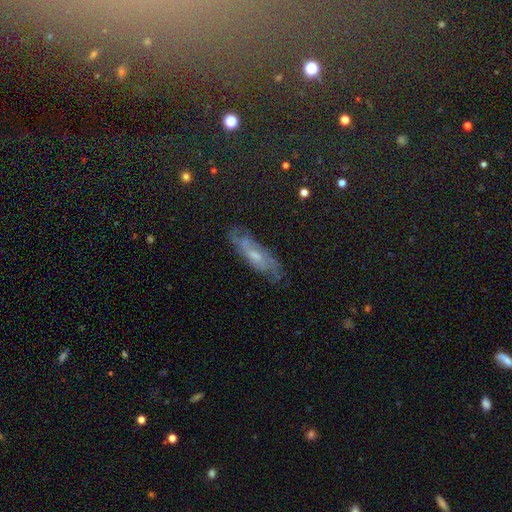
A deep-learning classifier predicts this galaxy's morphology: Overall: featured or disk (63%; smooth 24%). Edge-on disk: no (75%). Merging: none (73%).